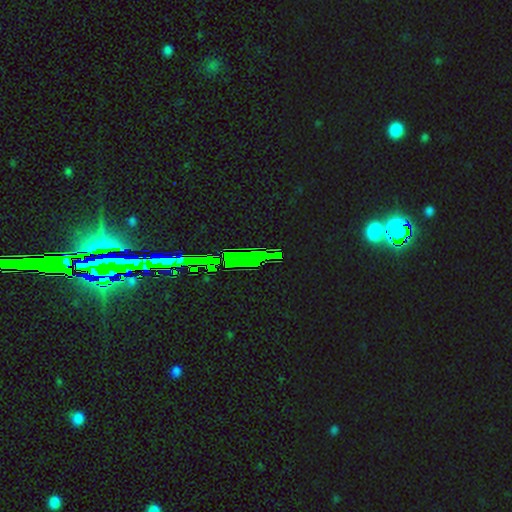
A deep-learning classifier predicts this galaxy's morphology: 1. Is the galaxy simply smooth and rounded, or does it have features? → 79% star or artifact, 11% smooth, 10% featured or disk.